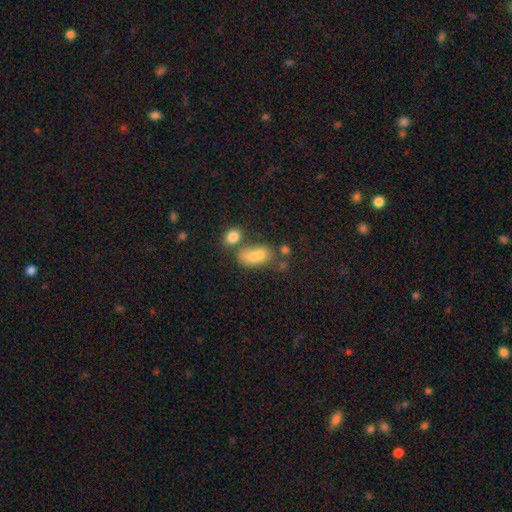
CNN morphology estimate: Smooth or featured?
  - smooth: 74% *
  - featured or disk: 15%
  - star or artifact: 11%
How rounded?
  - in between: 84% *
  - round: 11%
  - cigar-shaped: 5%
Merging?
  - merger: 42% *
  - none: 33%
  - minor disturbance: 15%
  - major disturbance: 10%